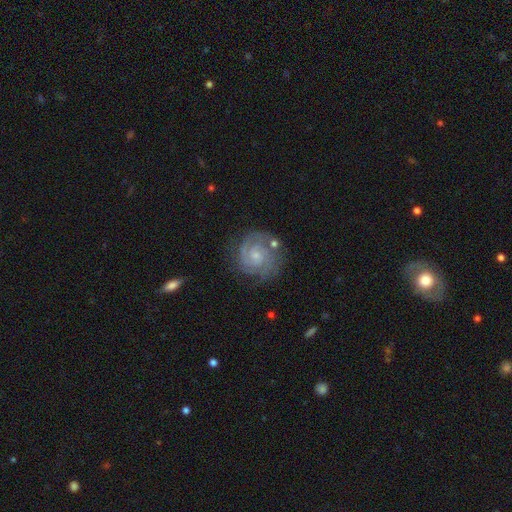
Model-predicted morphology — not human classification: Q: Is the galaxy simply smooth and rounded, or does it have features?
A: featured or disk — 86%.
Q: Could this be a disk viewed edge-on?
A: no — 98%.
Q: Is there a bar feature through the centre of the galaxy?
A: no — 66%.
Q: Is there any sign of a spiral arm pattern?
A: yes — 97%.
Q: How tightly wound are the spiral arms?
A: tight — 74%.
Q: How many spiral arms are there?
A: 2 — 60%.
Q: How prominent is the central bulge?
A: small — 67%.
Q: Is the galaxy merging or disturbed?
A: none — 75%.